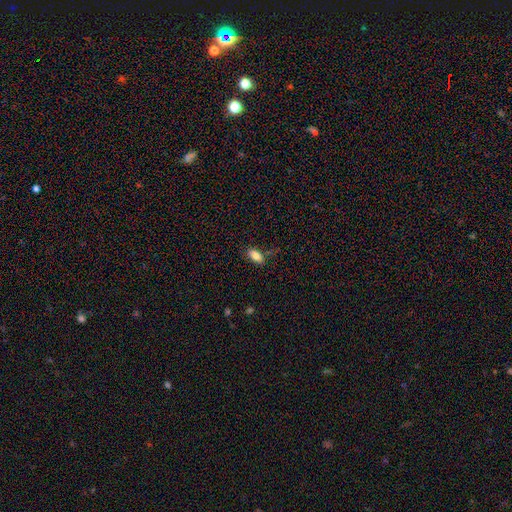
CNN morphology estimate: smooth_or_featured: smooth (p=0.83) [alt: star or artifact p=0.09]
how_rounded: in between (p=0.91) [alt: cigar-shaped p=0.06]
merging: none (p=0.74) [alt: minor disturbance p=0.17]